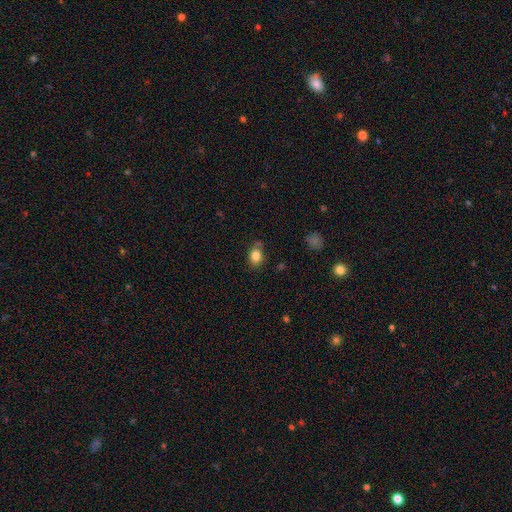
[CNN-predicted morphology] Overall: smooth (83%). How rounded: in between (63%; round 36%). Merging: none (73%).